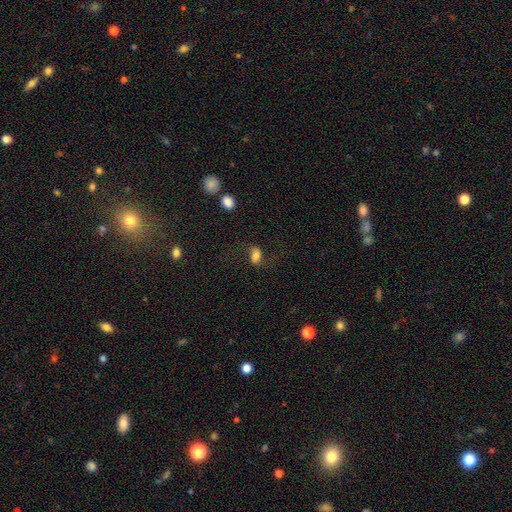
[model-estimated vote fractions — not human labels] smooth 62%, featured or disk 26%, star or artifact 12%. Down the decision tree: how rounded — in between (83%); merging — none (65%).